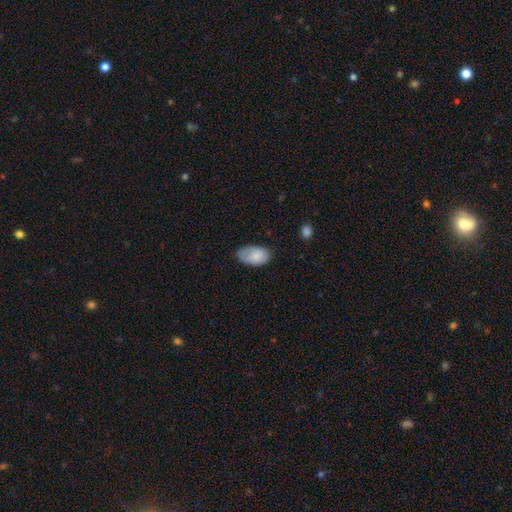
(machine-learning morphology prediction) This appears to be a smooth galaxy with no disk features (77%) that is in between round and cigar-shaped (94%). Merging: none (66%).